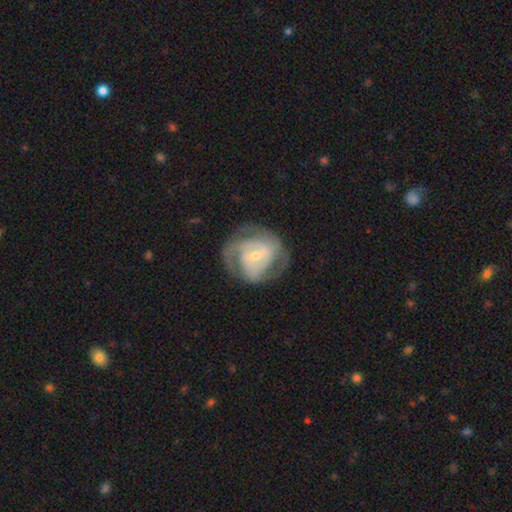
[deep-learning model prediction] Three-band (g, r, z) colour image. It shows a featured or disk galaxy (82%) with no bar (48%), 2 (41%) tight (51%) spiral arms (92%) and a small central bulge (66%). Merging: none (68%).